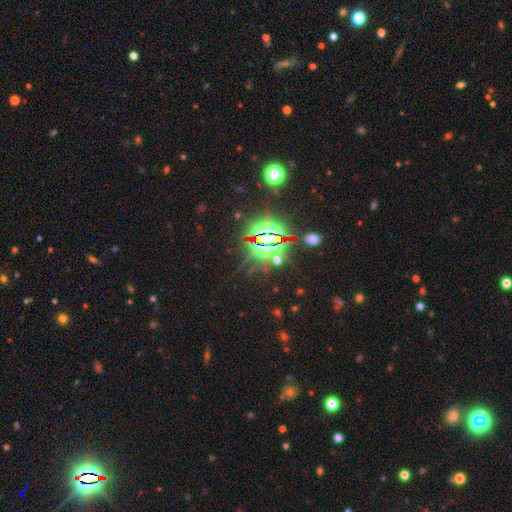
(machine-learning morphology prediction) type=star or artifact (84%).